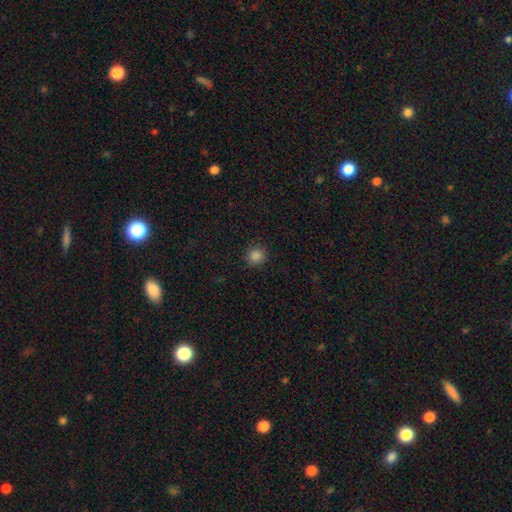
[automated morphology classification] smooth 85%, star or artifact 12%, featured or disk 3%. Down the decision tree: how rounded — round (92%); merging — none (90%).